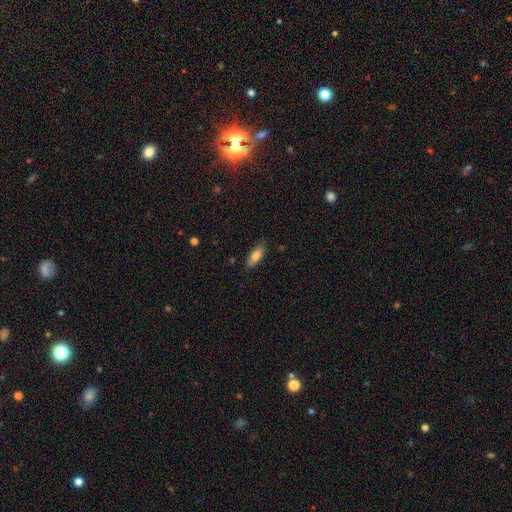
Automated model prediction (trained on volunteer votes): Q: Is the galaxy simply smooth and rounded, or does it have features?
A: smooth — 78%.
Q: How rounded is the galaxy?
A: in between — 74%.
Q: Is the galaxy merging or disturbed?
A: none — 83%.